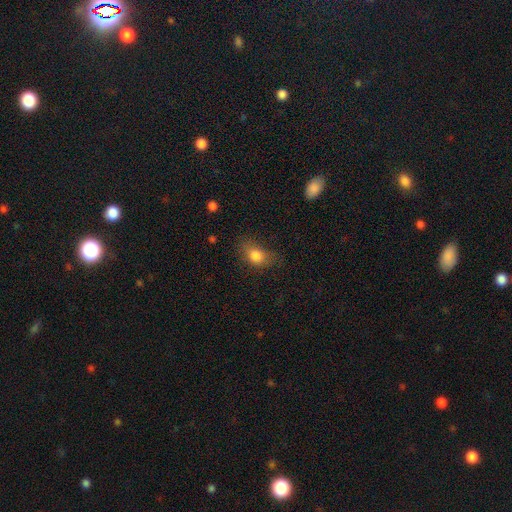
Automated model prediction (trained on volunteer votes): Smooth or featured: smooth — 81% (star or artifact — 10%)
How rounded: in between — 71% (round — 26%)
Merging: none — 61% (minor disturbance — 26%)